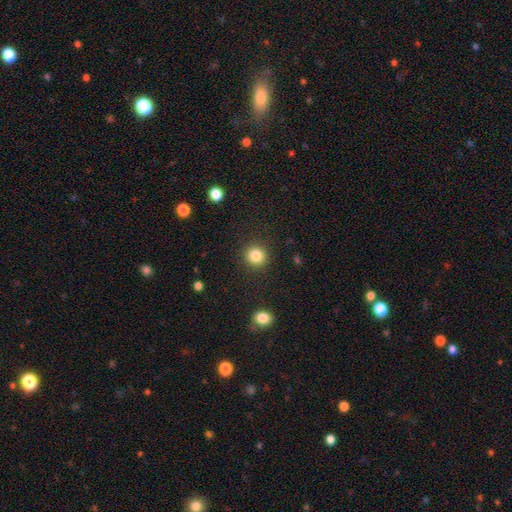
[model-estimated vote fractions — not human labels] Overall: smooth (84%). How rounded: round (91%). Merging: none (90%).